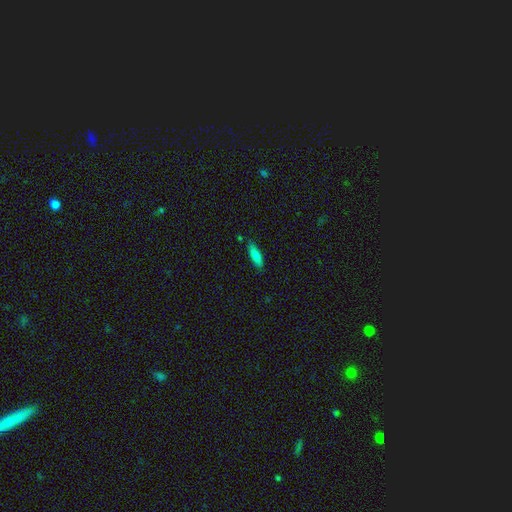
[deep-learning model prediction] Morphology: type=smooth (81%); roundness=cigar-shaped (60%); merging=none (82%).